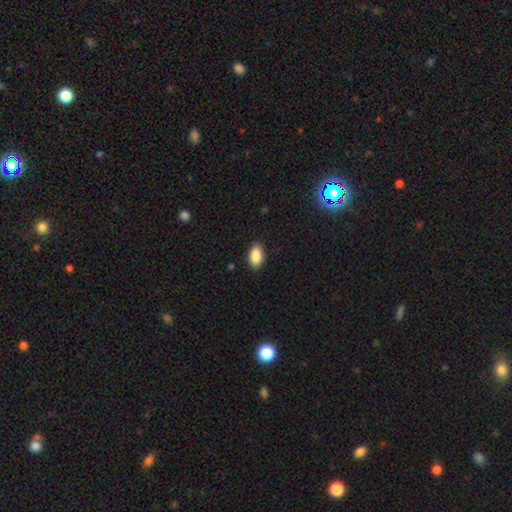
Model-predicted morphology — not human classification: type=smooth (89%); roundness=in between (93%); merging=none (88%).